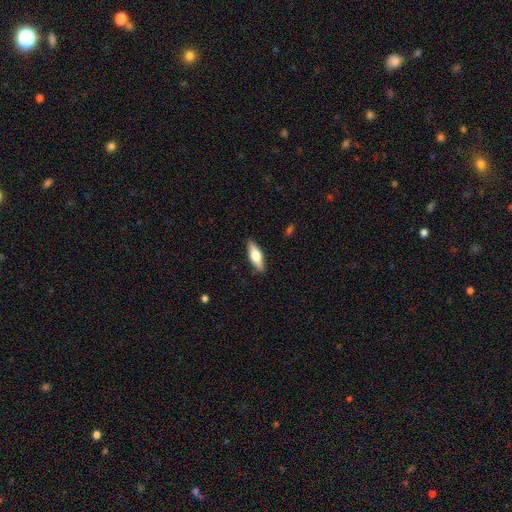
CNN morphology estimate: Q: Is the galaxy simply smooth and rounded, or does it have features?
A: smooth — 54%.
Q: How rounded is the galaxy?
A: in between — 55%.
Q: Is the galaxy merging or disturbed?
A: none — 88%.